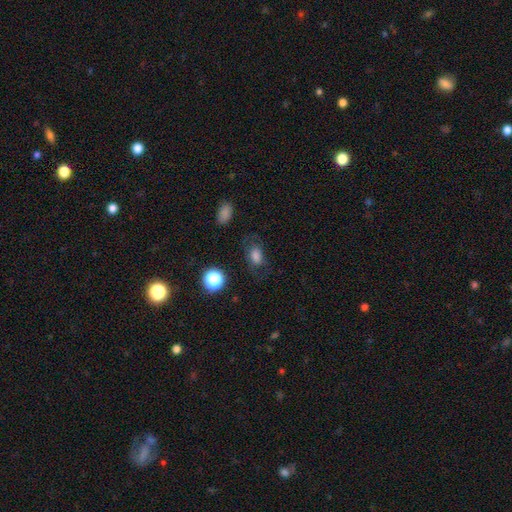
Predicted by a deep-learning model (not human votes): Smooth or featured? Predicted: smooth (p=0.73). How rounded? Predicted: in between (p=0.79). Merging? Predicted: none (p=0.64).